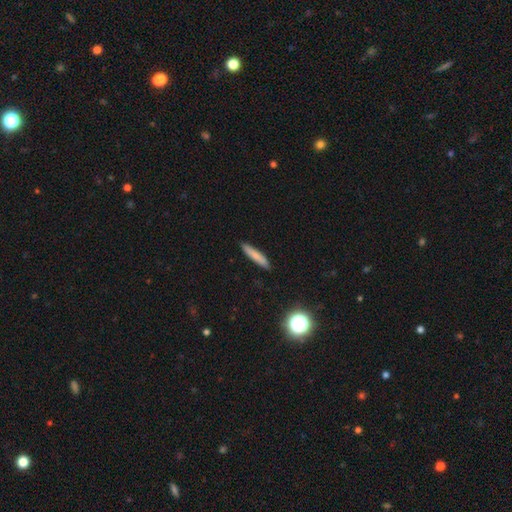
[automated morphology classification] This appears to be a smooth galaxy with no disk features (76%) that is cigar-shaped (90%). Merging: none (88%).